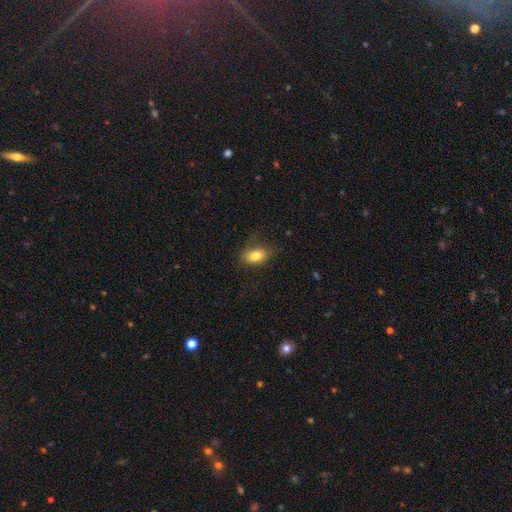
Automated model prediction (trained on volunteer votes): Q: Smooth or featured?
A: smooth (81%); runner-up: featured or disk (11%)
Q: How rounded?
A: in between (85%); runner-up: round (13%)
Q: Merging?
A: none (73%); runner-up: minor disturbance (19%)